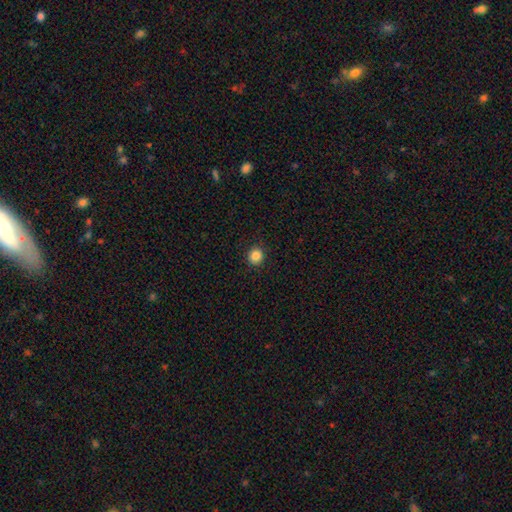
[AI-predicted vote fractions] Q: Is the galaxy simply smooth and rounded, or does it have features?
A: smooth — 85%.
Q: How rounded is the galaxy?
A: round — 90%.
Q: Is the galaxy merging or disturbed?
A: none — 91%.